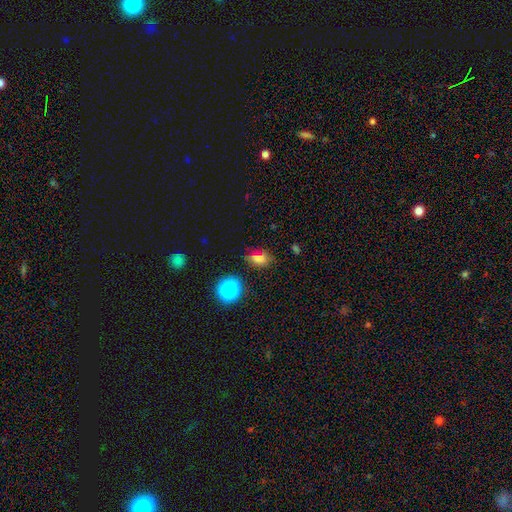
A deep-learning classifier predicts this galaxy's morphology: smooth_or_featured: smooth (p=0.61) [alt: star or artifact p=0.29]
how_rounded: in between (p=0.59) [alt: round p=0.37]
merging: none (p=0.78) [alt: minor disturbance p=0.11]